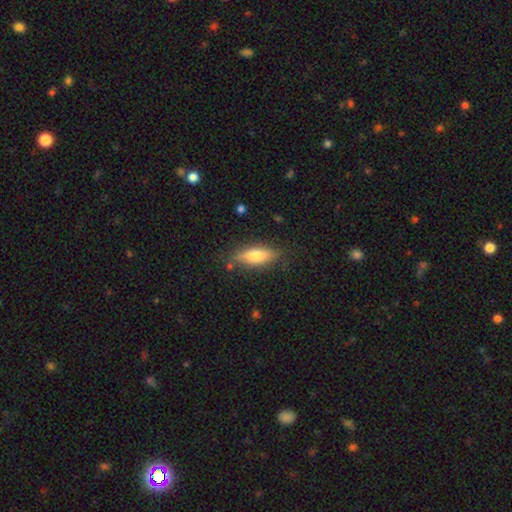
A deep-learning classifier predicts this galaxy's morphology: Smooth or featured?
  - smooth: 67% *
  - featured or disk: 26%
  - star or artifact: 7%
How rounded?
  - in between: 56% *
  - cigar-shaped: 41%
  - round: 3%
Merging?
  - none: 79% *
  - minor disturbance: 15%
  - major disturbance: 3%
  - merger: 2%